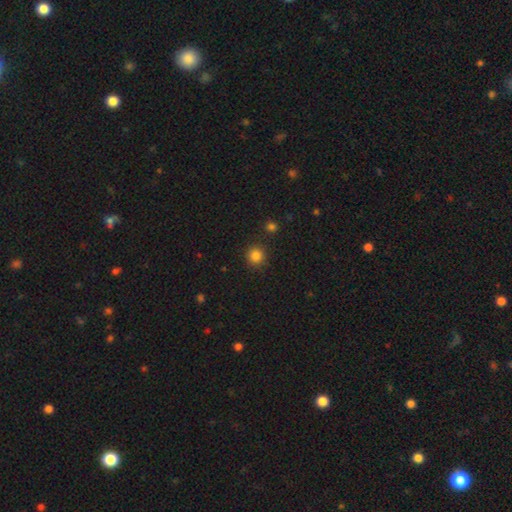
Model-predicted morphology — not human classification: A smooth galaxy with no disk features (83%) that is round (93%).

Vote fractions:
- Smooth or featured? smooth: 83% / star or artifact: 13% / featured or disk: 4%
- How rounded? round: 93% / in between: 6% / cigar-shaped: 1%
- Merging? none: 90% / minor disturbance: 6% / merger: 2% / major disturbance: 2%